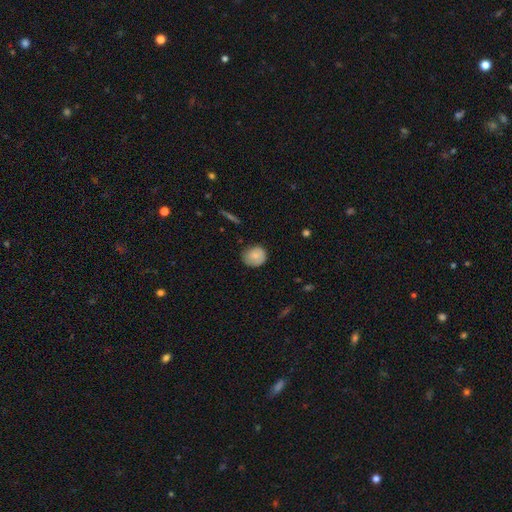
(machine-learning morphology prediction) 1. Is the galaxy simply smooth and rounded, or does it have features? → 75% smooth, 18% featured or disk, 7% star or artifact.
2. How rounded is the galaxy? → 78% round, 21% in between, 1% cigar-shaped.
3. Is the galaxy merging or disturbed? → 72% none, 22% minor disturbance, 5% major disturbance, 1% merger.